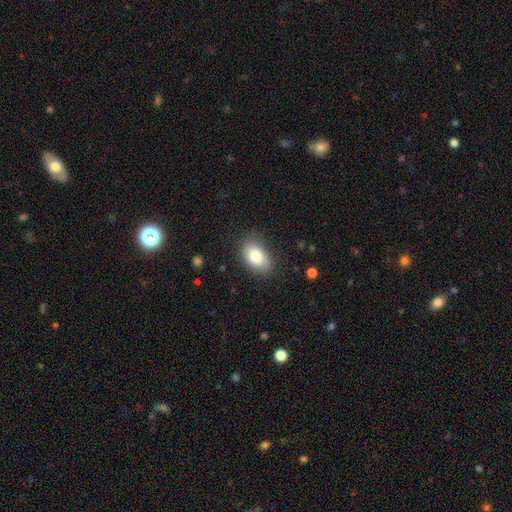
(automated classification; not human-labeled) Smooth or featured?
  - smooth: 81% *
  - featured or disk: 12%
  - star or artifact: 7%
How rounded?
  - in between: 89% *
  - round: 9%
  - cigar-shaped: 1%
Merging?
  - none: 80% *
  - minor disturbance: 15%
  - major disturbance: 4%
  - merger: 1%